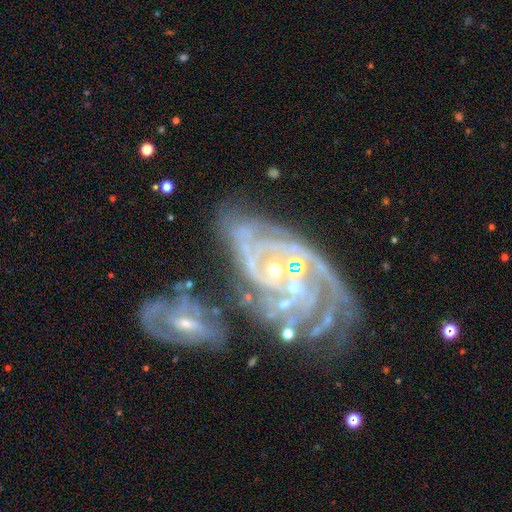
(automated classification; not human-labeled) The model was most divided on "spiral arm count": 3: 25%, can't tell: 23%, 2: 17%, 4: 16%, more than 4: 11%, 1: 7%. Remaining: spiral arms — yes (97%); edge-on disk — no (96%); smooth or featured — featured or disk (89%); spiral winding — tight (66%); bulge size — small (62%); bar — no (59%); merging — merger (40%).